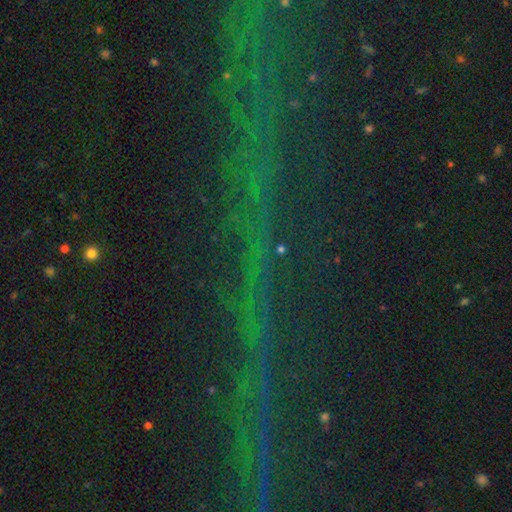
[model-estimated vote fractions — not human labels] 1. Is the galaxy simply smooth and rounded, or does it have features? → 81% star or artifact, 10% featured or disk, 9% smooth.